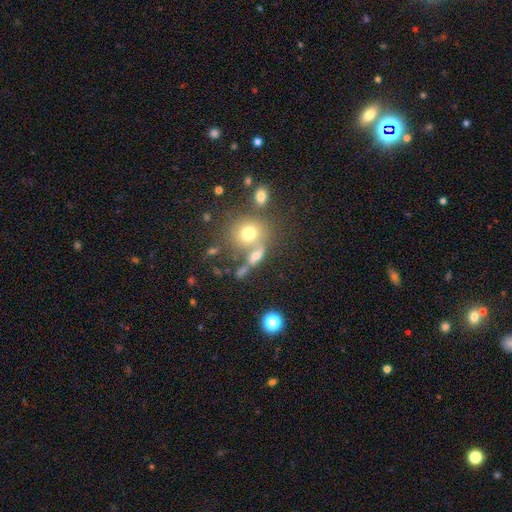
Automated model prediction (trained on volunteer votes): This appears to be a smooth galaxy with no disk features (61%) that is in between round and cigar-shaped (47%). Merging: merger (40%).